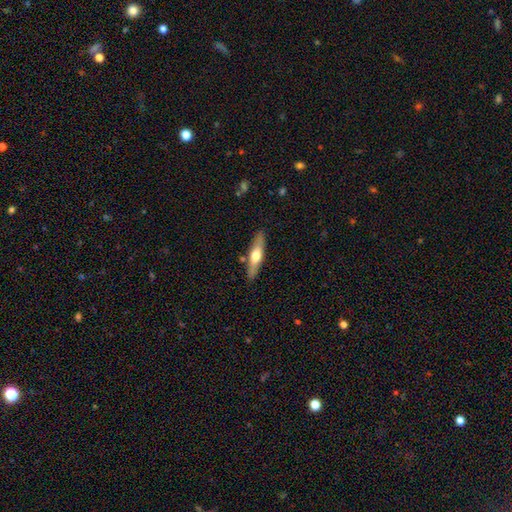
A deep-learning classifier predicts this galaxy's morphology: smooth 48%, featured or disk 47%, star or artifact 5%. Down the decision tree: merging — none (85%).